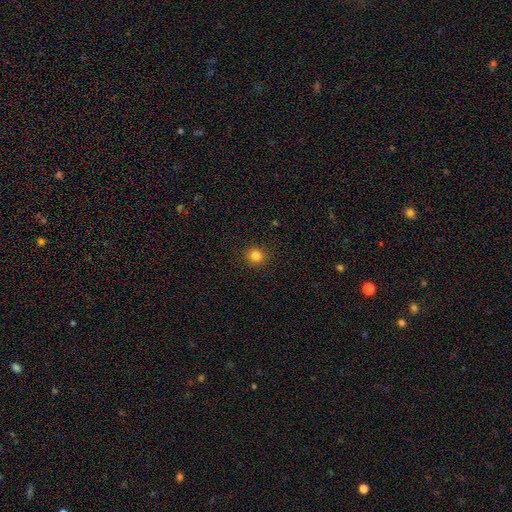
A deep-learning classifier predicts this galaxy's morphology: Q: Smooth or featured?
A: smooth (83%); runner-up: star or artifact (12%)
Q: How rounded?
A: round (92%); runner-up: in between (8%)
Q: Merging?
A: none (92%); runner-up: minor disturbance (5%)